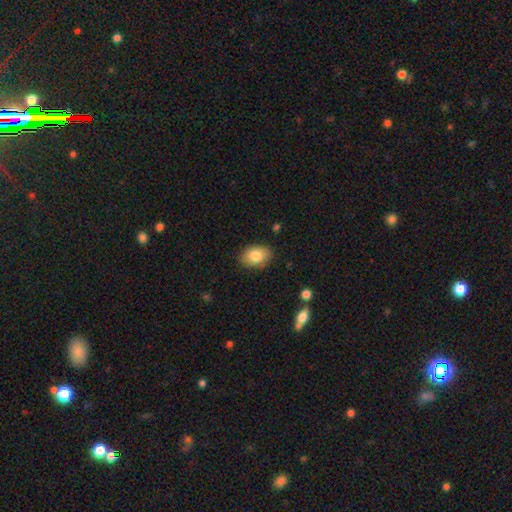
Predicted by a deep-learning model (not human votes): smooth_or_featured: smooth (p=0.82) [alt: featured or disk p=0.10]
how_rounded: in between (p=0.84) [alt: round p=0.15]
merging: none (p=0.85) [alt: minor disturbance p=0.11]